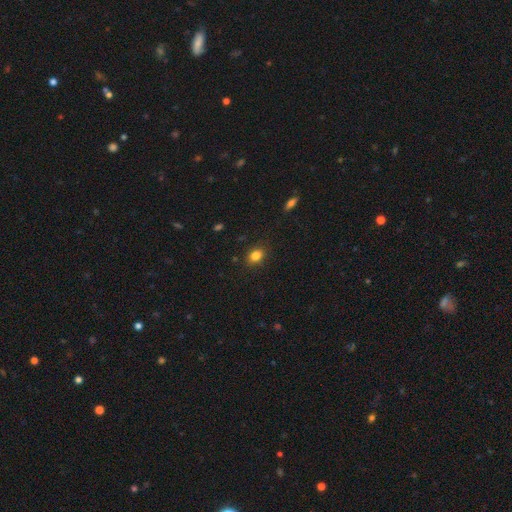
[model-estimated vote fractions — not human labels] smooth 83%, star or artifact 11%, featured or disk 6%. Down the decision tree: how rounded — in between (64%); merging — none (86%).